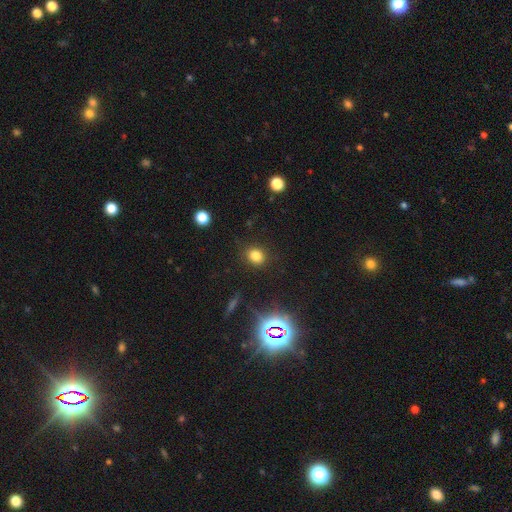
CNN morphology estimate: smooth-or-featured: smooth: 78% | star or artifact: 16% | featured or disk: 6%
  how-rounded: round: 58% | in between: 41% | cigar-shaped: 1%
  merging: none: 86% | minor disturbance: 9% | major disturbance: 3% | merger: 2%